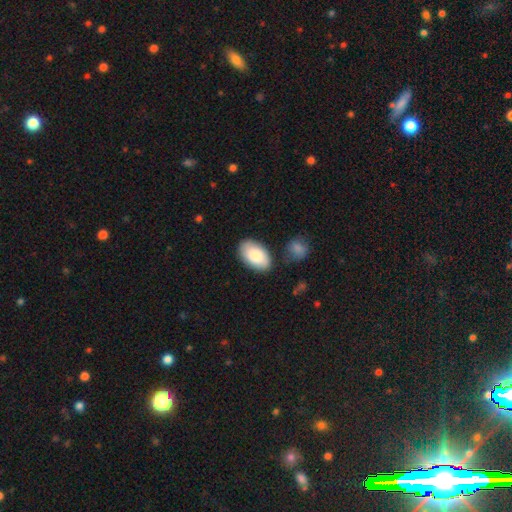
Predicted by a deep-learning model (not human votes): Overall: smooth (85%). How rounded: in between (94%). Merging: none (79%).